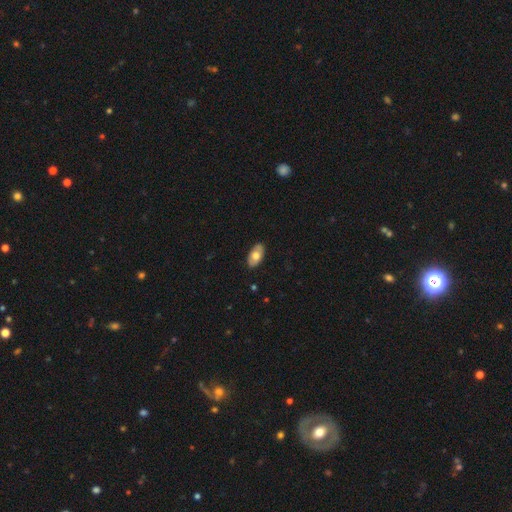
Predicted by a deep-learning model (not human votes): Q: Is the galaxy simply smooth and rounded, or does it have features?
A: smooth — 65%.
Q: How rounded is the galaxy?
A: in between — 94%.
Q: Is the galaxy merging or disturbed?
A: none — 86%.